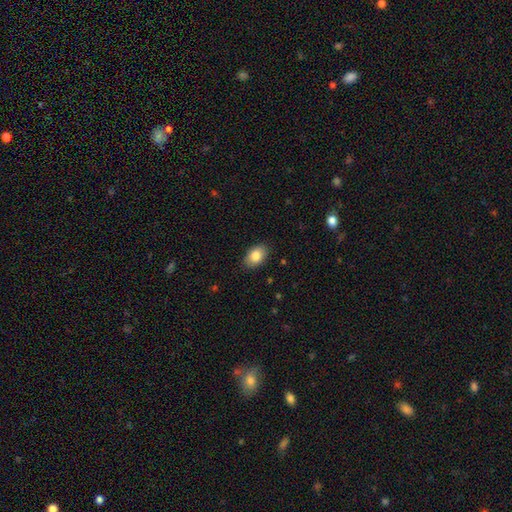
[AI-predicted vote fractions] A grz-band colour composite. It shows a smooth galaxy with no disk features (83%) that is in between round and cigar-shaped (88%). Merging: none (87%).